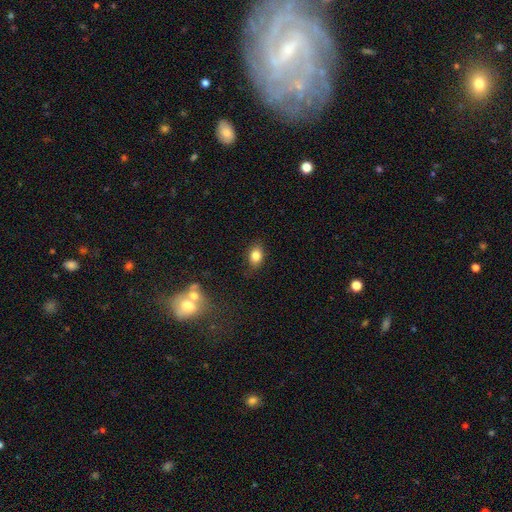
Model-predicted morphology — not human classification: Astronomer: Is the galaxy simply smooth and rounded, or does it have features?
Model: smooth — 83%.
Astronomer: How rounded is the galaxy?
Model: in between — 76%.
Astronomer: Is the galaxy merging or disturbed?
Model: none — 81%.